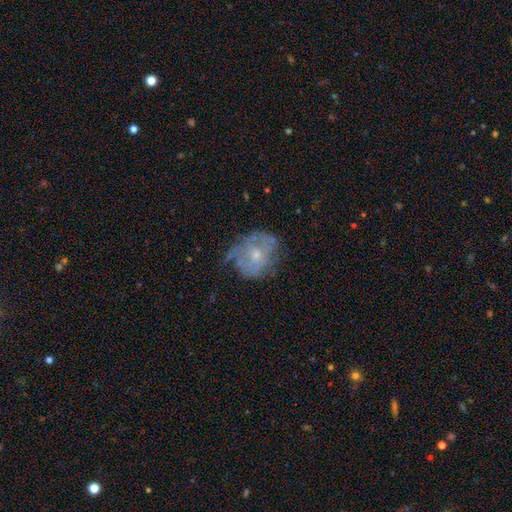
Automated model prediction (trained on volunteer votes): featured or disk 60%, smooth 31%, star or artifact 9%. Down the decision tree: edge-on disk — no (97%); bar — no (83%); spiral arms — yes (51%); bulge size — small (61%); merging — none (53%).